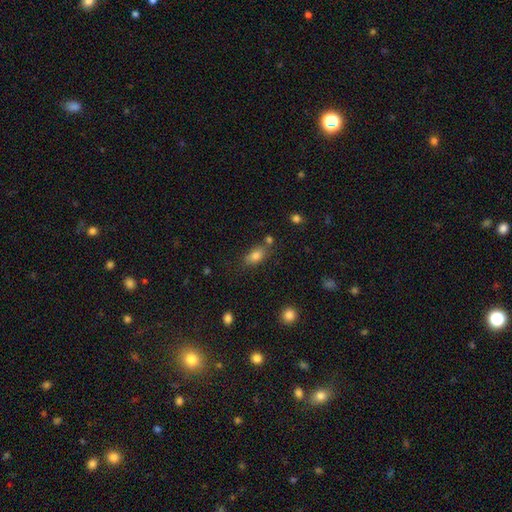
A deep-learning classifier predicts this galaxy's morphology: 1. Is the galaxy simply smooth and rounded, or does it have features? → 80% smooth, 10% featured or disk, 10% star or artifact.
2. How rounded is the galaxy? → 84% in between, 11% round, 5% cigar-shaped.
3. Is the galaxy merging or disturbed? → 63% none, 17% minor disturbance, 15% merger, 5% major disturbance.